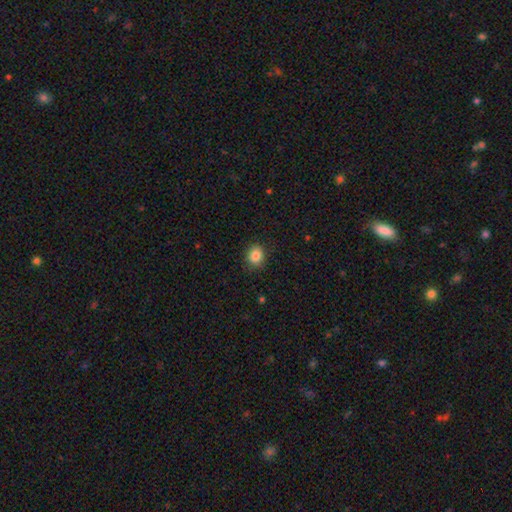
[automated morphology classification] A smooth galaxy with no disk features (85%) that is round (73%). Merging: none (87%).